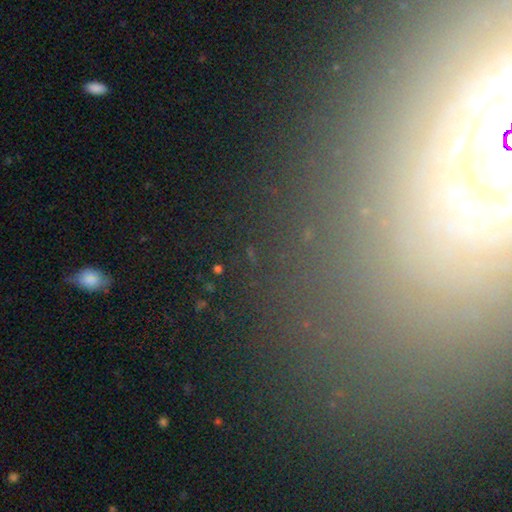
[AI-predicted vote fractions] Smooth or featured: star or artifact — 48% (featured or disk — 31%)